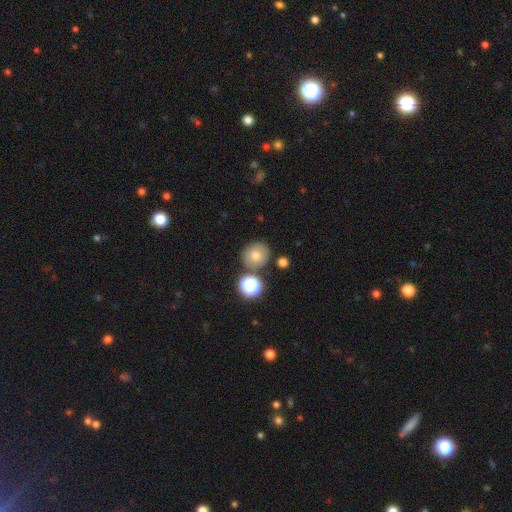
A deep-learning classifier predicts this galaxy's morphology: type=smooth (72%); roundness=round (86%); merging=none (80%).